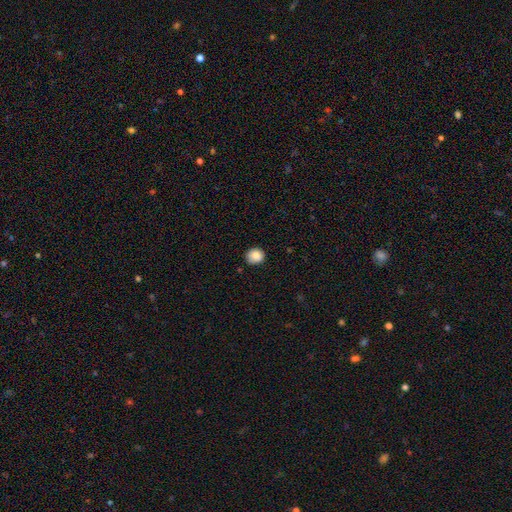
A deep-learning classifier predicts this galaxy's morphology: Smooth or featured?
  - smooth: 87% *
  - star or artifact: 9%
  - featured or disk: 4%
How rounded?
  - round: 83% *
  - in between: 16%
  - cigar-shaped: 1%
Merging?
  - none: 83% *
  - minor disturbance: 14%
  - major disturbance: 2%
  - merger: 1%